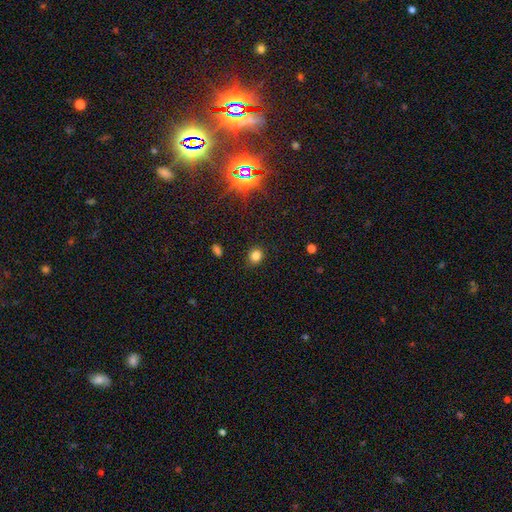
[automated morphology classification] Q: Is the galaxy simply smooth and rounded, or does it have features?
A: smooth — 81%.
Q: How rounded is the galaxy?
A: round — 76%.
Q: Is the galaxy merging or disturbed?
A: none — 88%.